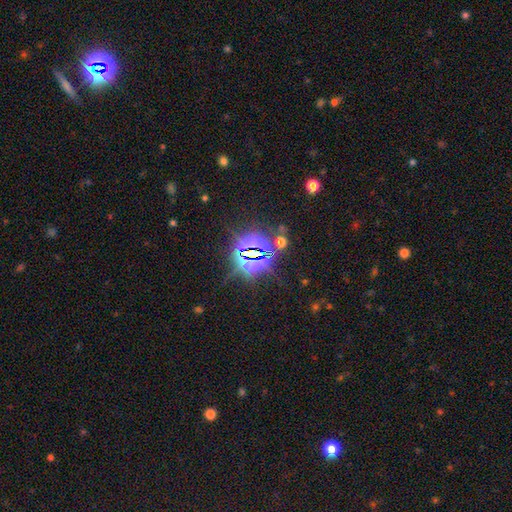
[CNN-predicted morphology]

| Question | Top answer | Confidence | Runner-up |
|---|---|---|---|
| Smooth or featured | star or artifact | 82% | smooth (11%) |